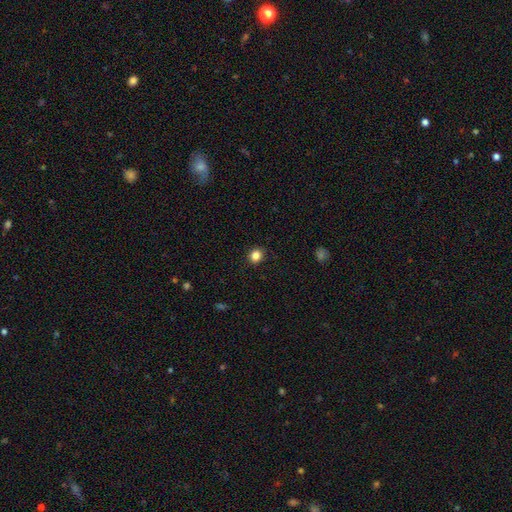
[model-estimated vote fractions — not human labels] Smooth or featured? smooth (84%)
How rounded? round (80%)
Merging? none (91%)